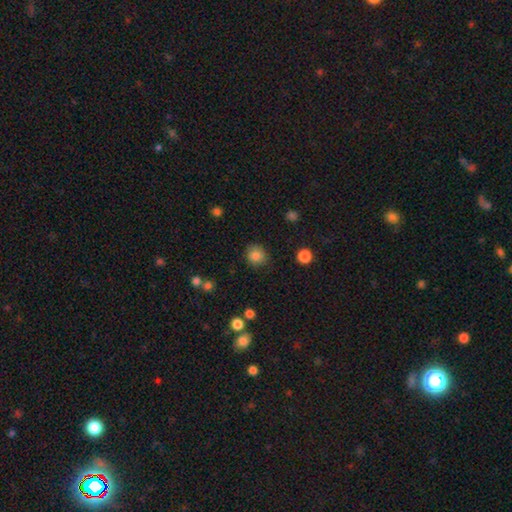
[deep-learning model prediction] Morphology: type=smooth (84%); roundness=round (87%); merging=none (87%).